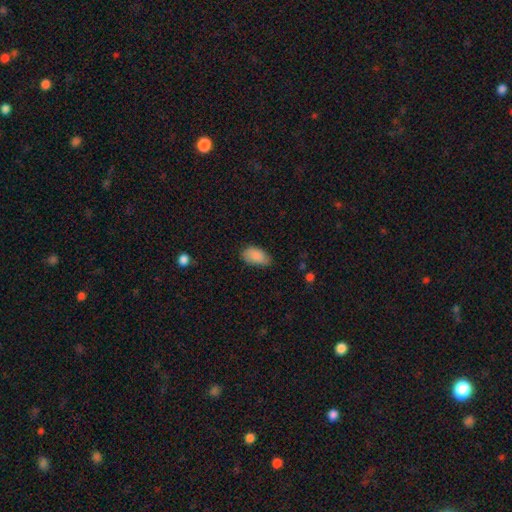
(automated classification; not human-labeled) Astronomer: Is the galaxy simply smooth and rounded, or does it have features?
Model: smooth — 88%.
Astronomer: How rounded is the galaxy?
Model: in between — 93%.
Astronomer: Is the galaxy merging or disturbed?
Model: none — 70%.